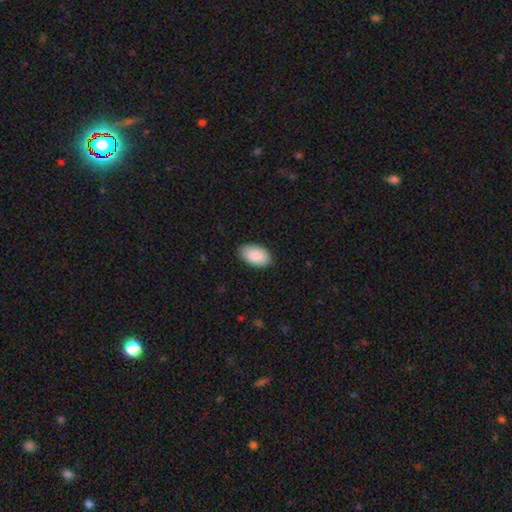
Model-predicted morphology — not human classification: Smooth or featured? Predicted: smooth (p=0.90). How rounded? Predicted: in between (p=0.96). Merging? Predicted: none (p=0.87).